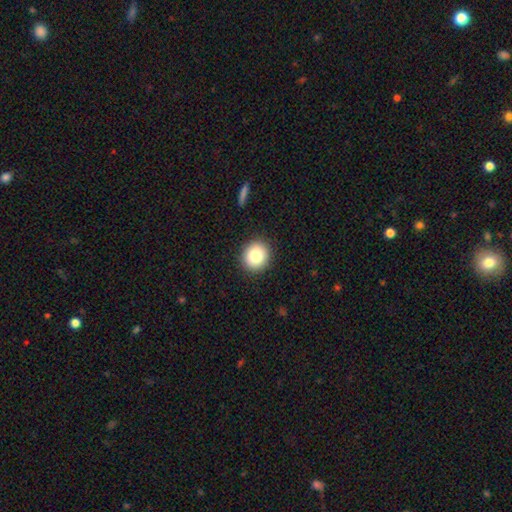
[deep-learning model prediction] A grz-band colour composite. It shows a smooth galaxy with no disk features (83%) that is round (85%). Merging: none (91%).